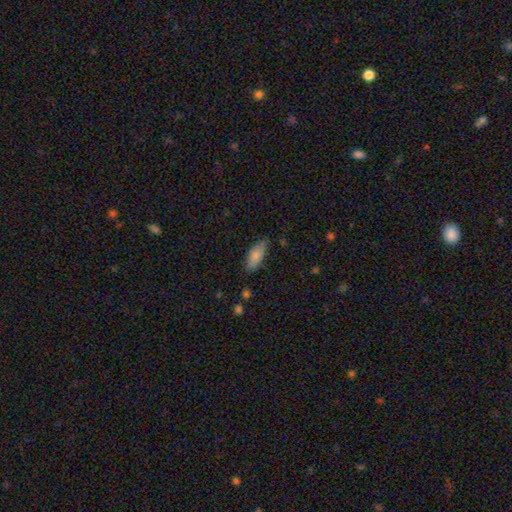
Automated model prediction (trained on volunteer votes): Q: Smooth or featured?
A: smooth (82%); runner-up: featured or disk (12%)
Q: How rounded?
A: in between (77%); runner-up: cigar-shaped (21%)
Q: Merging?
A: none (75%); runner-up: minor disturbance (20%)